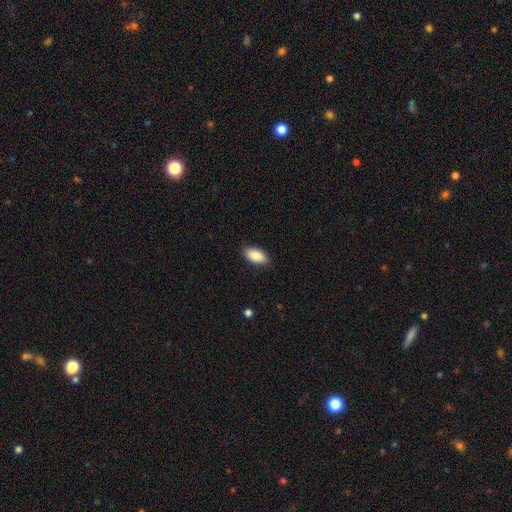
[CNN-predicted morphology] A smooth galaxy with no disk features (87%) that is in between round and cigar-shaped (93%).

Vote fractions:
- Smooth or featured? smooth: 87% / star or artifact: 6% / featured or disk: 6%
- How rounded? in between: 93% / cigar-shaped: 5% / round: 3%
- Merging? none: 85% / minor disturbance: 12% / major disturbance: 2% / merger: 1%